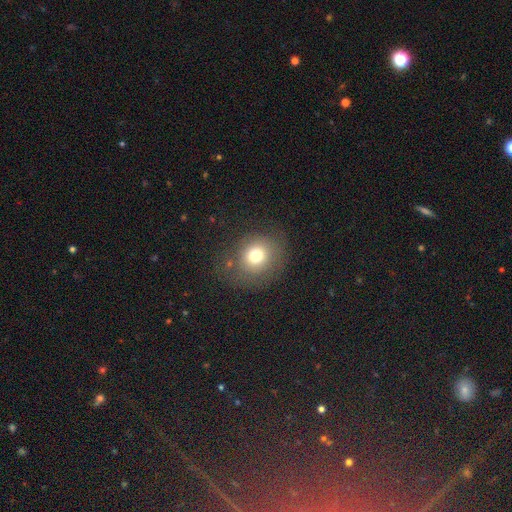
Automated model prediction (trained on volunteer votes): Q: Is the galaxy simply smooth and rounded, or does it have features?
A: smooth — 73%.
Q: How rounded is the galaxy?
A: round — 77%.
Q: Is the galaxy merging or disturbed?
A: none — 73%.